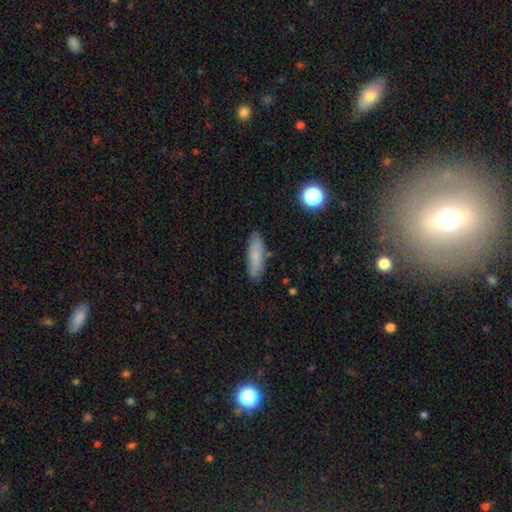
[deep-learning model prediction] Q: Smooth or featured?
A: smooth (75%); runner-up: featured or disk (17%)
Q: How rounded?
A: cigar-shaped (54%); runner-up: in between (43%)
Q: Merging?
A: none (84%); runner-up: minor disturbance (12%)